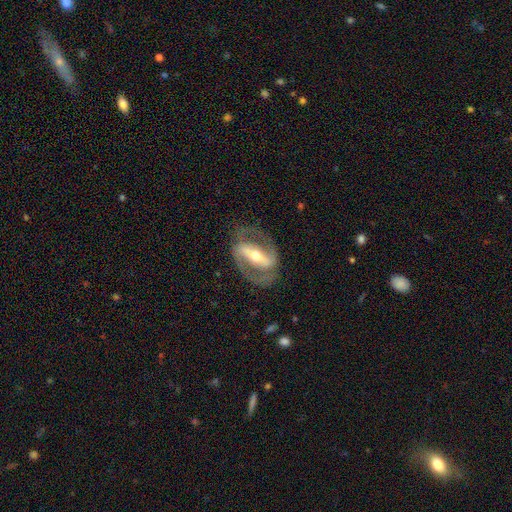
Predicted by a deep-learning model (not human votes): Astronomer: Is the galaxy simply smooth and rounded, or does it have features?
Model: featured or disk — 86%.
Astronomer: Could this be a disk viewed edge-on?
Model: no — 92%.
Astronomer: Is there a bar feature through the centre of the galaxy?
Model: strong — 72%.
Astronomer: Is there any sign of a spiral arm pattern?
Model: yes — 86%.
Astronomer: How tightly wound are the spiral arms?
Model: medium — 51% (runner-up: tight, 30%).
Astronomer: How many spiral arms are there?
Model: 2 — 89%.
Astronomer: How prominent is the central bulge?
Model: moderate — 58% (runner-up: small, 36%).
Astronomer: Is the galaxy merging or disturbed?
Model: none — 75%.